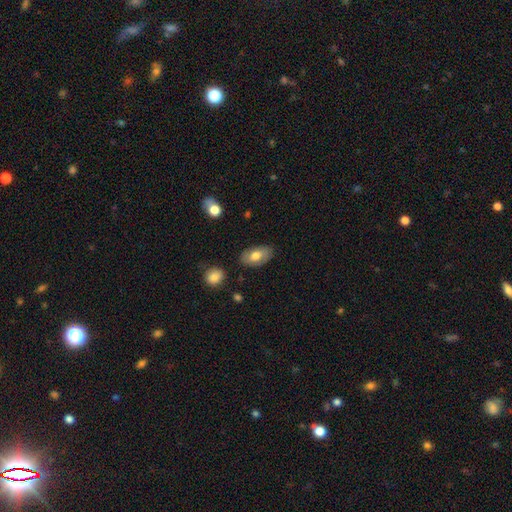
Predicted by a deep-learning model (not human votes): Overall: smooth (73%). How rounded: in between (93%). Merging: none (82%).